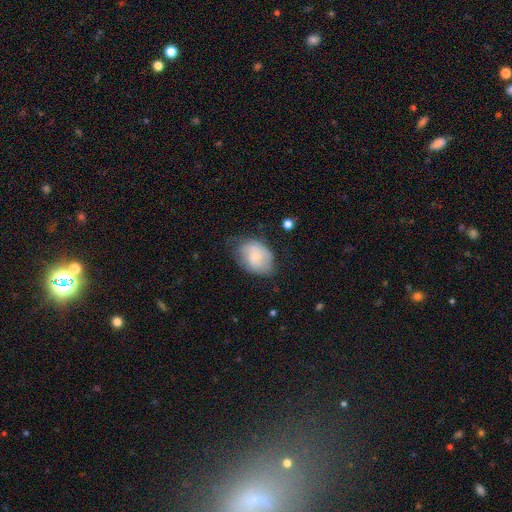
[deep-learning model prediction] Q: Smooth or featured?
A: smooth (57%); runner-up: featured or disk (35%)
Q: How rounded?
A: in between (72%); runner-up: round (27%)
Q: Merging?
A: none (54%); runner-up: minor disturbance (32%)